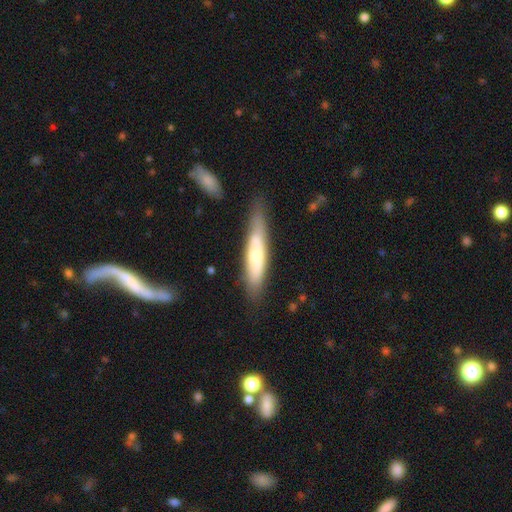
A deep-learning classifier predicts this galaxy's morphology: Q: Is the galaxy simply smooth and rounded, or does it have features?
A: featured or disk — 50%.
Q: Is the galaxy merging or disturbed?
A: none — 69%.